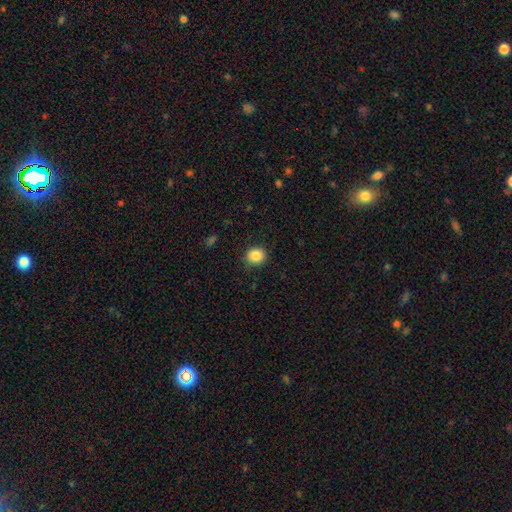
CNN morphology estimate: A smooth galaxy with no disk features (86%) that is round (80%). Merging: none (87%).